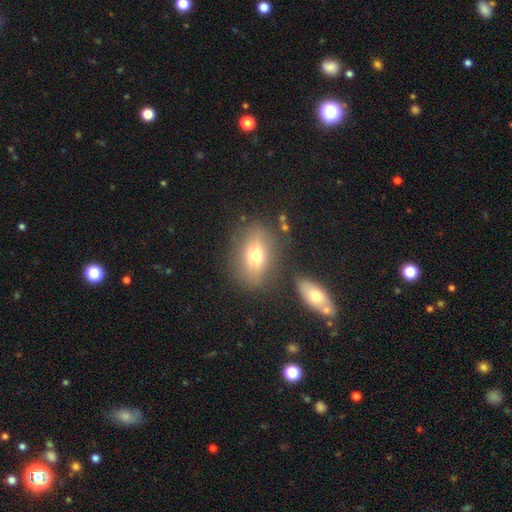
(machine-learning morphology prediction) A smooth galaxy with no disk features (57%) that is in between round and cigar-shaped (80%).

Vote fractions:
- Smooth or featured? smooth: 57% / featured or disk: 33% / star or artifact: 10%
- How rounded? in between: 80% / round: 12% / cigar-shaped: 8%
- Merging? none: 73% / minor disturbance: 14% / merger: 8% / major disturbance: 5%